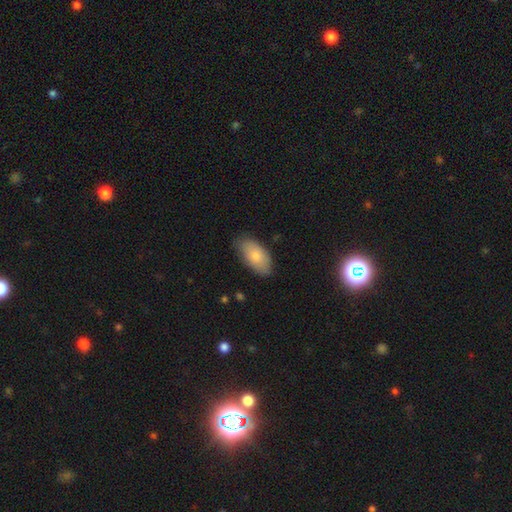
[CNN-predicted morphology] This is likely a smooth galaxy (79%). How rounded: clearly in between (94%). Merging: likely none (75%).